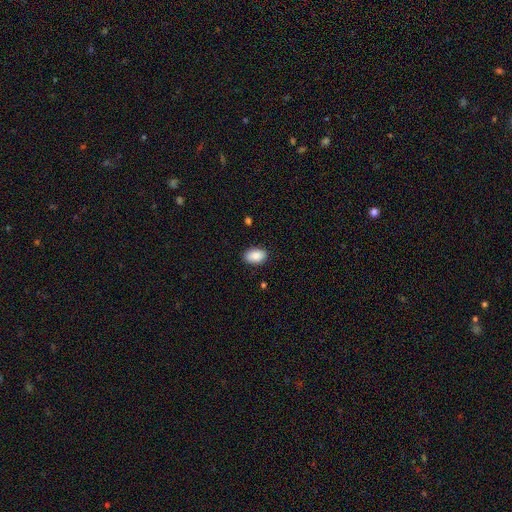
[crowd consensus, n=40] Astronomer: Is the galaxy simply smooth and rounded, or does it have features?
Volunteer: smooth — 92%.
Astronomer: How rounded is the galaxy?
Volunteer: in between — 86%.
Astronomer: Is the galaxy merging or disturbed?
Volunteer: none — 95%.